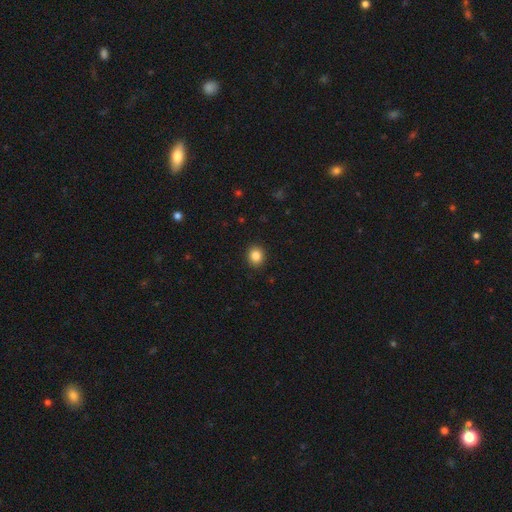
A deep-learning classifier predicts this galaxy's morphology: Smooth or featured: smooth — 85% (star or artifact — 10%)
How rounded: round — 79% (in between — 20%)
Merging: none — 92% (minor disturbance — 5%)